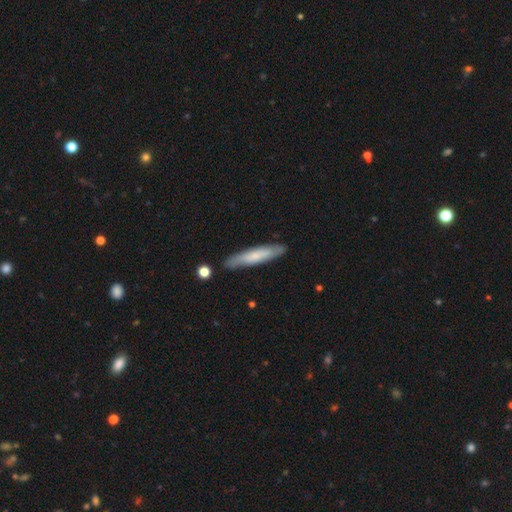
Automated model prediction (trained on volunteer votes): Morphology: type=smooth (63%); roundness=cigar-shaped (89%); merging=none (85%).